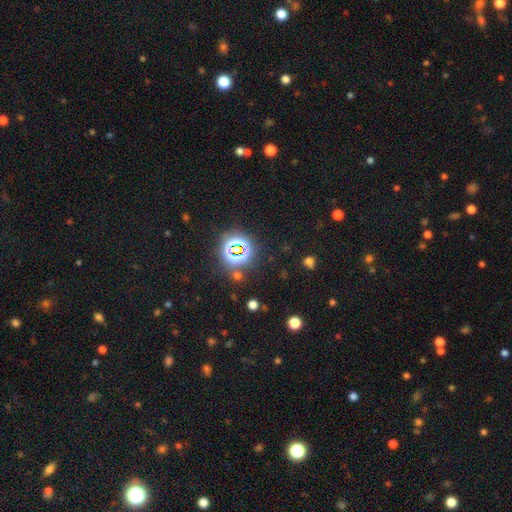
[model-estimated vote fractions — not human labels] Smooth or featured: star or artifact — 79% (smooth — 15%)